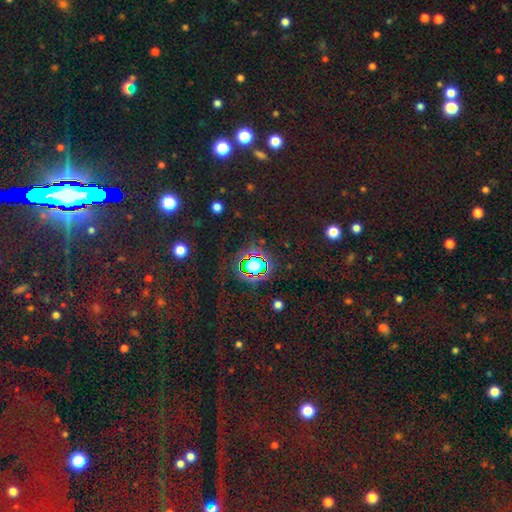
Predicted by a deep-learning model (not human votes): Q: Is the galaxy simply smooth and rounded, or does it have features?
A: star or artifact — 75%.